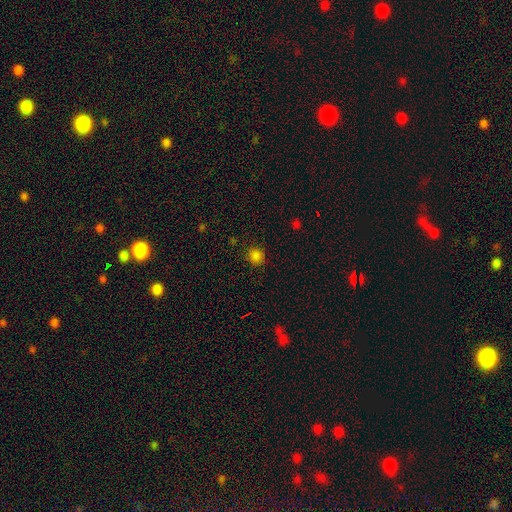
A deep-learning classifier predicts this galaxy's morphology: A smooth galaxy with no disk features (81%) that is round (87%). Merging: none (87%).